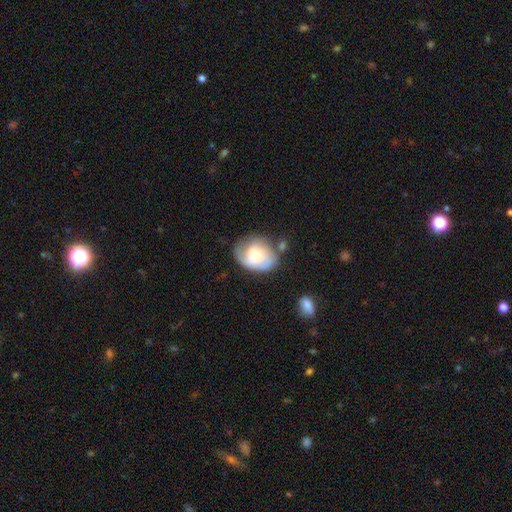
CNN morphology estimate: Smooth or featured? smooth (50%)
Merging? none (52%)